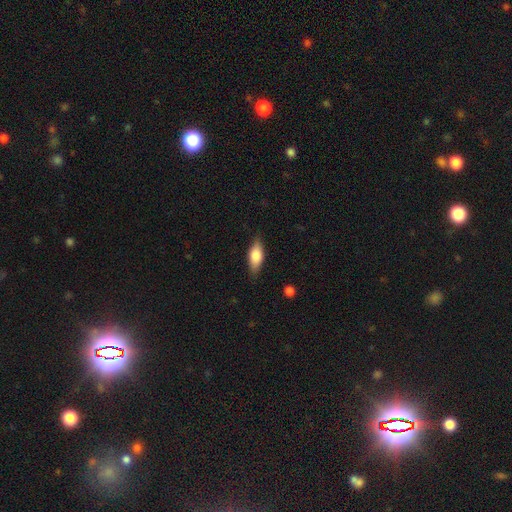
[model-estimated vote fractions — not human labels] Smooth or featured: smooth — 72% (featured or disk — 22%)
How rounded: in between — 79% (cigar-shaped — 18%)
Merging: none — 82% (minor disturbance — 14%)